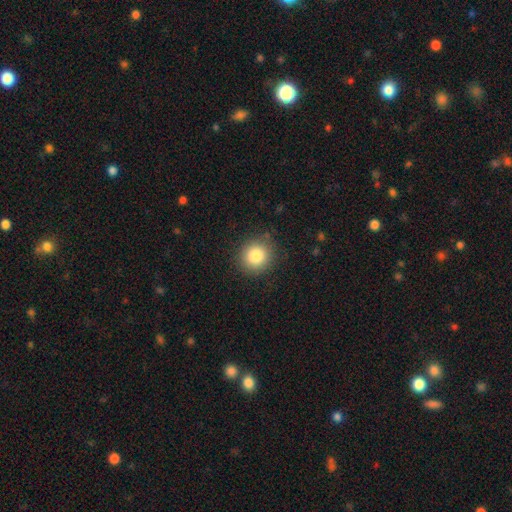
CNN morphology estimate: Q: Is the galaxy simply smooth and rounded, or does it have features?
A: smooth — 84%.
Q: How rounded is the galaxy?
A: round — 89%.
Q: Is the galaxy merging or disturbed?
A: none — 88%.